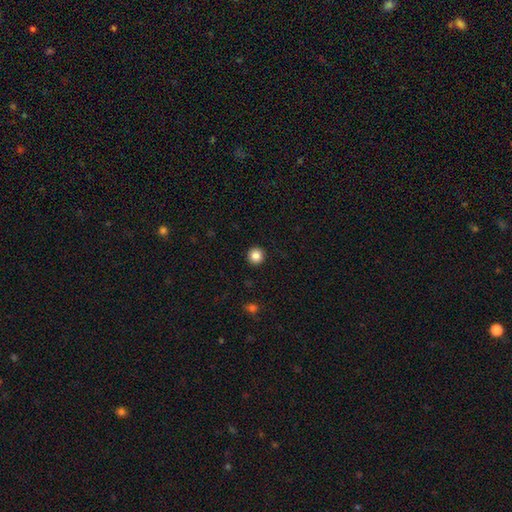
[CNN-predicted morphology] Q: Smooth or featured?
A: smooth (86%); runner-up: star or artifact (10%)
Q: How rounded?
A: round (96%); runner-up: in between (3%)
Q: Merging?
A: none (94%); runner-up: minor disturbance (4%)